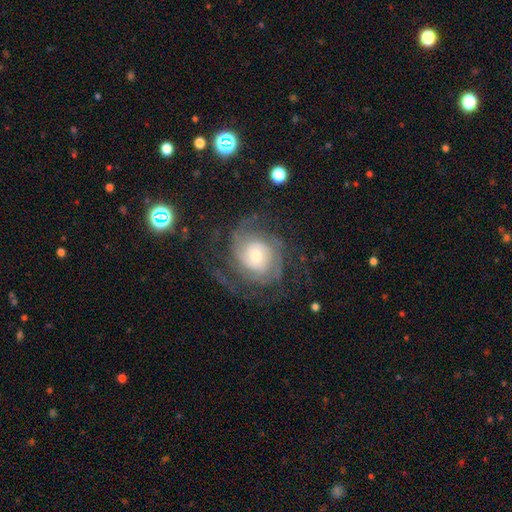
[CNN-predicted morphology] featured or disk 86%, smooth 8%, star or artifact 6%. Down the decision tree: edge-on disk — no (98%); bar — no (65%); spiral arms — yes (96%); spiral arm count — 2 (31%); spiral winding — tight (58%); bulge size — moderate (50%); merging — none (69%).